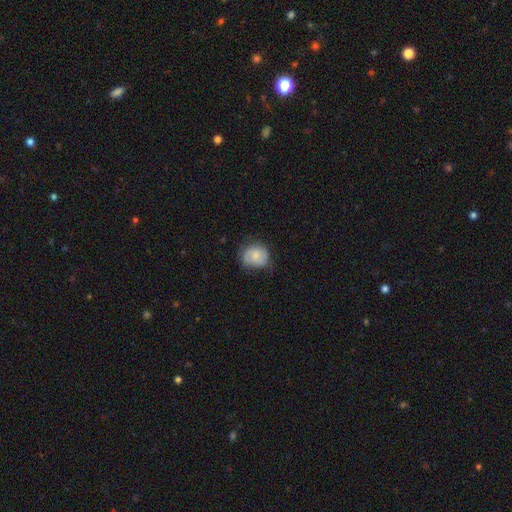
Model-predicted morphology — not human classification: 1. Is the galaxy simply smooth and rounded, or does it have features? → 72% smooth, 20% featured or disk, 7% star or artifact.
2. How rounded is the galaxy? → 69% round, 30% in between, 1% cigar-shaped.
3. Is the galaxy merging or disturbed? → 57% none, 32% minor disturbance, 10% major disturbance, 1% merger.